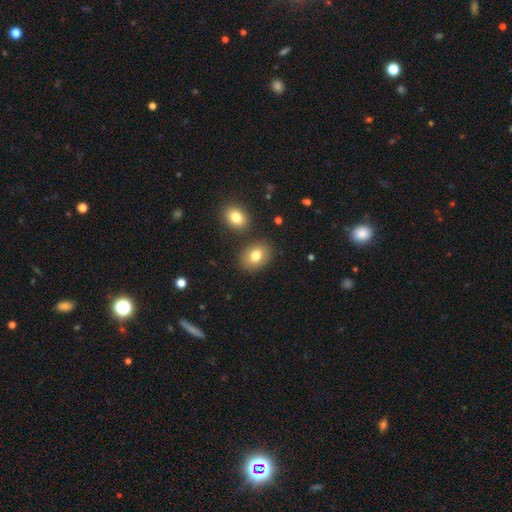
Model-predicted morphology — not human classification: type=smooth (79%); roundness=in between (65%); merging=none (80%).